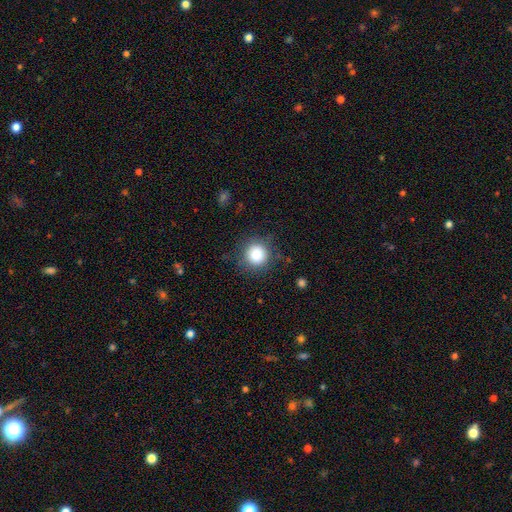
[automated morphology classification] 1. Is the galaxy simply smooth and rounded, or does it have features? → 84% smooth, 10% star or artifact, 6% featured or disk.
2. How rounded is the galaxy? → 93% round, 6% in between, 1% cigar-shaped.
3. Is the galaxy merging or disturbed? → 85% none, 10% minor disturbance, 4% major disturbance, 1% merger.